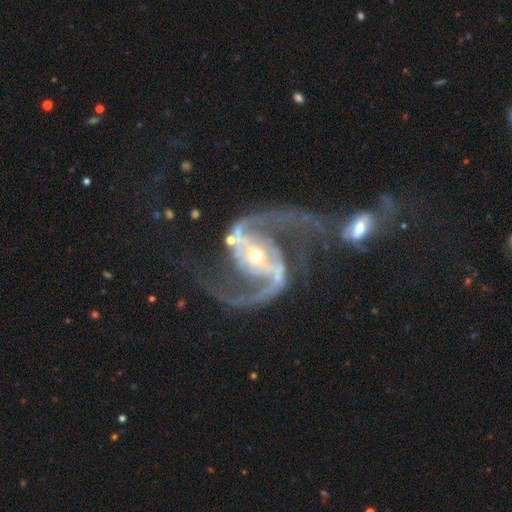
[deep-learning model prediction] Overall: featured or disk (94%). Edge-on disk: no (98%). Bar: strong (49%; weak 30%). Spiral arms: yes (98%). Spiral arm count: 2 (94%). Spiral winding: medium (54%; loose 35%). Bulge size: small (54%; moderate 42%). Merging: none (56%).